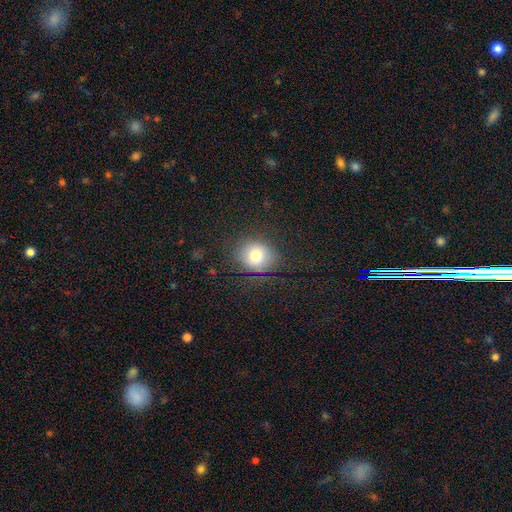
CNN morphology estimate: smooth_or_featured: smooth (p=0.75) [alt: star or artifact p=0.14]
how_rounded: round (p=0.74) [alt: in between p=0.25]
merging: none (p=0.82) [alt: minor disturbance p=0.12]